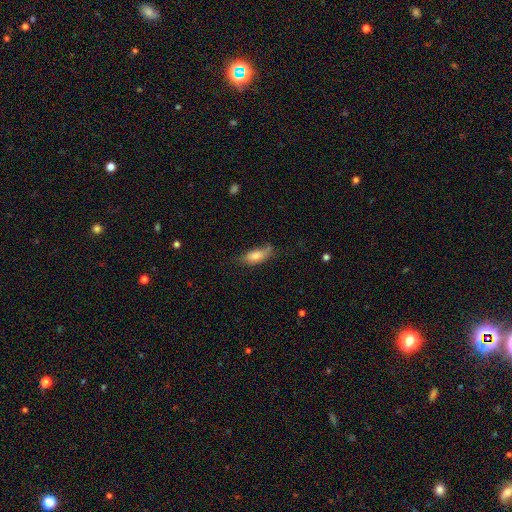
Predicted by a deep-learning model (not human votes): The model was most divided on "merging": none: 56%, minor disturbance: 31%, major disturbance: 9%, merger: 3%. More confident: how rounded — in between (77%); smooth or featured — smooth (72%).